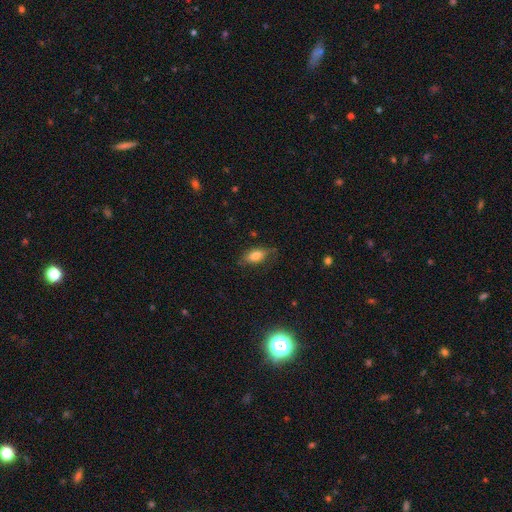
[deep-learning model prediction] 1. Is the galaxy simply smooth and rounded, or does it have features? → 75% smooth, 16% featured or disk, 9% star or artifact.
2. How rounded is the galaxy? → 82% in between, 13% cigar-shaped, 4% round.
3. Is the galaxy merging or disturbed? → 69% none, 23% minor disturbance, 7% major disturbance, 2% merger.